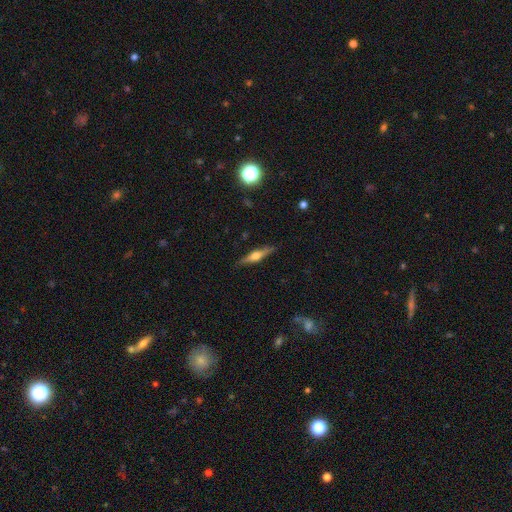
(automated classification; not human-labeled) Overall: featured or disk (68%). Edge-on disk: yes (97%). Edge-on bulge: rounded (91%). Merging: none (89%).